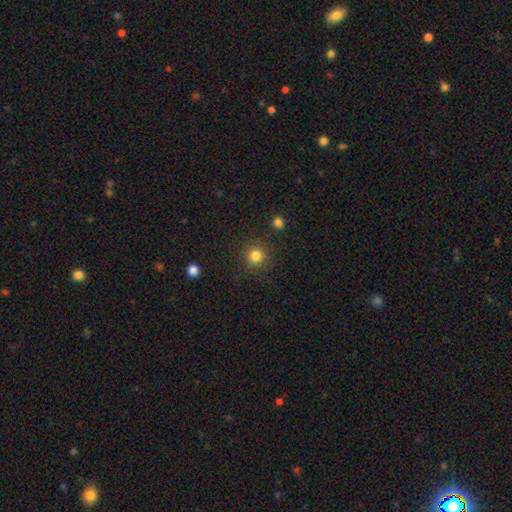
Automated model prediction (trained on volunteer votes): Smooth or featured?
  - smooth: 83% *
  - star or artifact: 12%
  - featured or disk: 5%
How rounded?
  - round: 93% *
  - in between: 6%
  - cigar-shaped: 1%
Merging?
  - none: 88% *
  - minor disturbance: 7%
  - major disturbance: 3%
  - merger: 2%